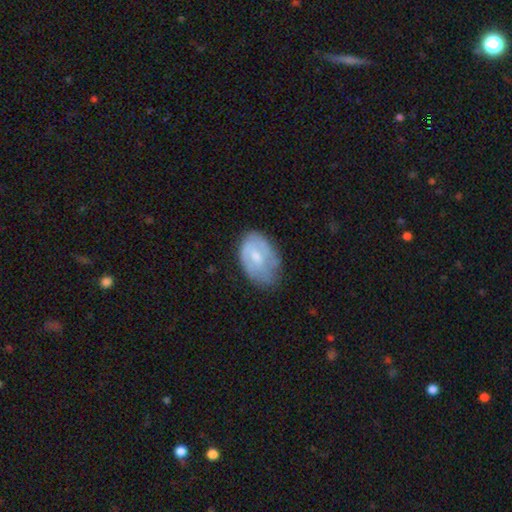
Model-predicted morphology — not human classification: Smooth or featured? smooth (49%)
Merging? none (50%)